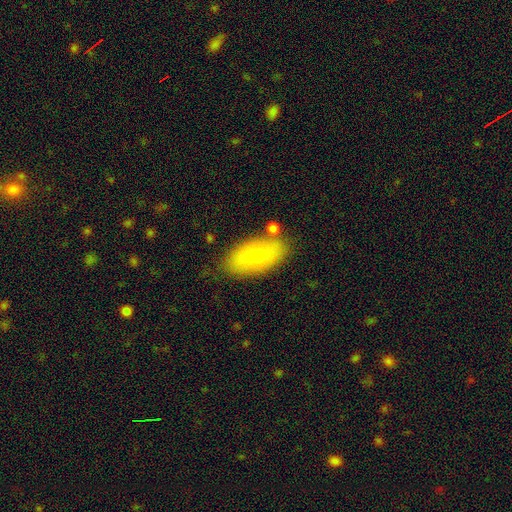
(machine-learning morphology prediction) A smooth galaxy with no disk features (66%) that is in between round and cigar-shaped (90%).

Vote fractions:
- Smooth or featured? smooth: 66% / featured or disk: 26% / star or artifact: 8%
- How rounded? in between: 90% / cigar-shaped: 6% / round: 4%
- Merging? none: 77% / minor disturbance: 14% / merger: 5% / major disturbance: 3%